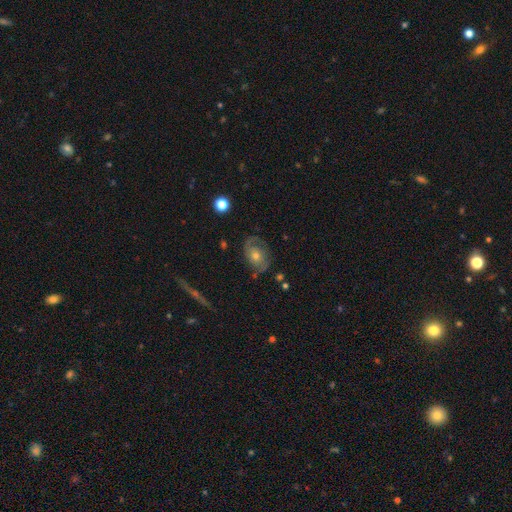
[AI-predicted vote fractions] A featured or disk galaxy (67%) with no bar (78%), 2 (49%) tight (46%) spiral arms (81%) and a moderate central bulge (61%). Merging: none (68%).